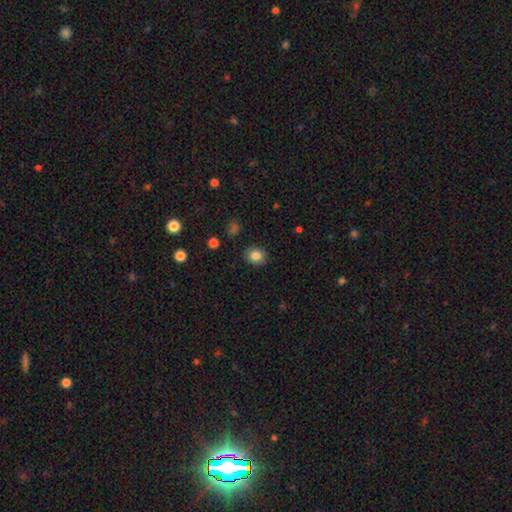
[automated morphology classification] smooth 84%, star or artifact 10%, featured or disk 6%. Down the decision tree: how rounded — round (64%); merging — none (88%).